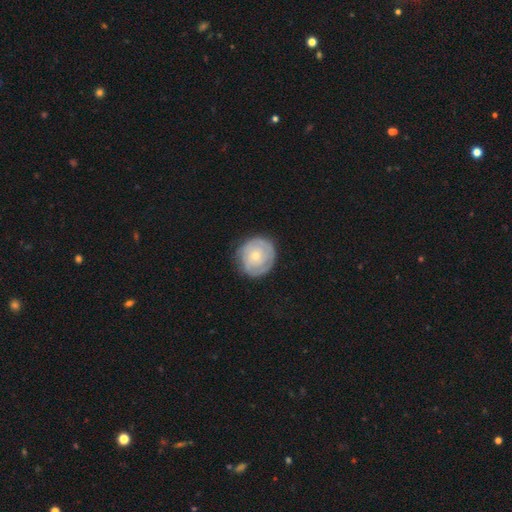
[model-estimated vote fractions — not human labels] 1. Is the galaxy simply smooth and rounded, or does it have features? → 63% featured or disk, 32% smooth, 5% star or artifact.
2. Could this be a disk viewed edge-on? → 98% no, 2% yes.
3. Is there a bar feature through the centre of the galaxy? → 85% no, 13% weak, 2% strong.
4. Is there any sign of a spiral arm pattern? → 76% yes, 24% no.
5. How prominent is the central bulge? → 63% small, 33% moderate, 2% large, 1% none, 1% dominant.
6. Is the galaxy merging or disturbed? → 76% none, 17% minor disturbance, 5% major disturbance, 1% merger.